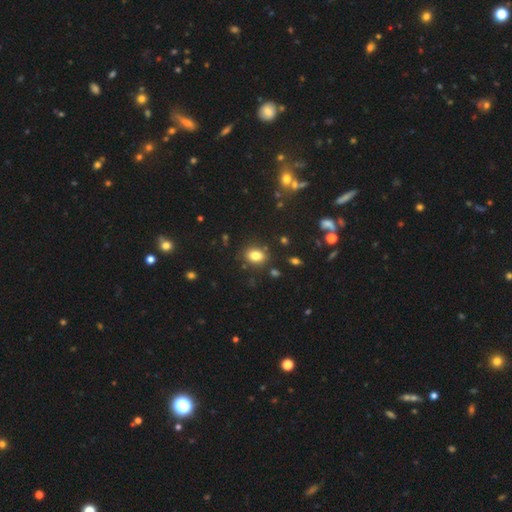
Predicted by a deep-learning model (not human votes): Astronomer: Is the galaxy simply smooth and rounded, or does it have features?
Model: smooth — 81%.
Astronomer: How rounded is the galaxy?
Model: in between — 70%.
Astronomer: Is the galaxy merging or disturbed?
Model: none — 83%.